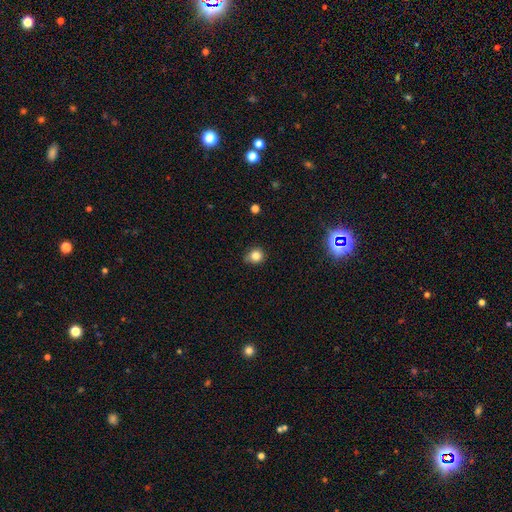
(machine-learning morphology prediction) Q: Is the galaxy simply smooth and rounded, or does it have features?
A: smooth — 82%.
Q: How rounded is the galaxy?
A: round — 83%.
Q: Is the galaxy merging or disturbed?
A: none — 73%.